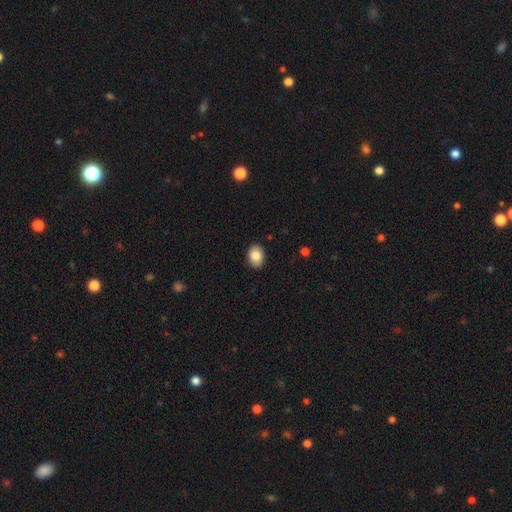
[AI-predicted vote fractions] A smooth galaxy with no disk features (85%) that is in between round and cigar-shaped (72%).

Vote fractions:
- Smooth or featured? smooth: 85% / star or artifact: 8% / featured or disk: 8%
- How rounded? in between: 72% / round: 27% / cigar-shaped: 1%
- Merging? none: 89% / minor disturbance: 8% / major disturbance: 2% / merger: 1%